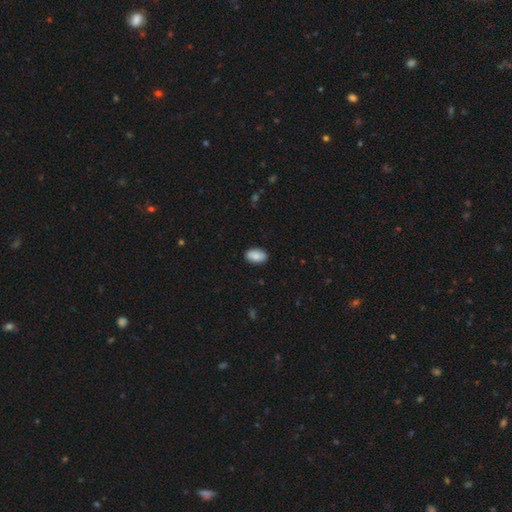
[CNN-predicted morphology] smooth_or_featured: smooth (p=0.88) [alt: star or artifact p=0.07]
how_rounded: in between (p=0.94) [alt: round p=0.05]
merging: none (p=0.88) [alt: minor disturbance p=0.09]